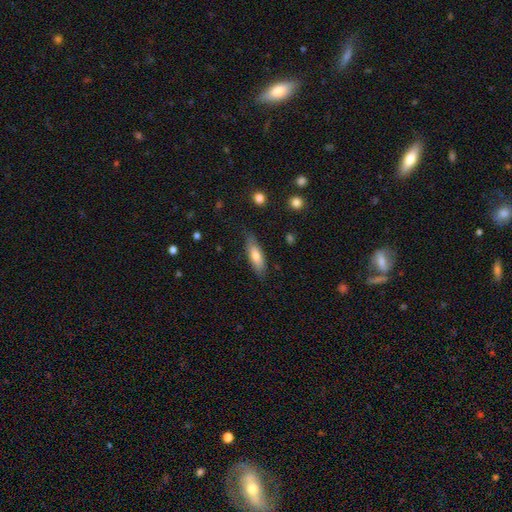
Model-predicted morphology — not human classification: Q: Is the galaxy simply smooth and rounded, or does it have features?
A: smooth — 71%.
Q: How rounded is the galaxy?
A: in between — 54%.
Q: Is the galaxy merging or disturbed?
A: none — 79%.